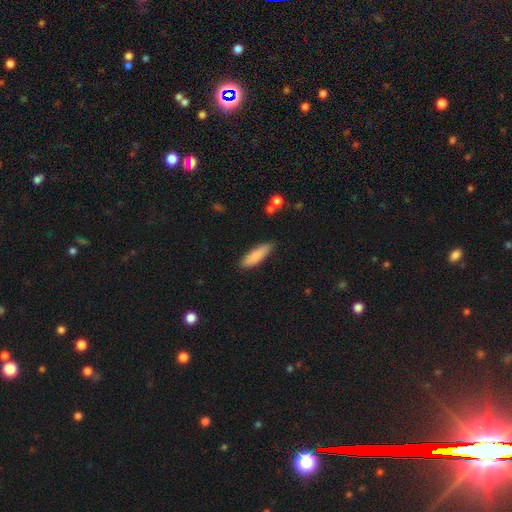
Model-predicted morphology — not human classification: smooth_or_featured: smooth (p=0.85) [alt: featured or disk p=0.09]
how_rounded: cigar-shaped (p=0.60) [alt: in between p=0.38]
merging: none (p=0.85) [alt: minor disturbance p=0.11]